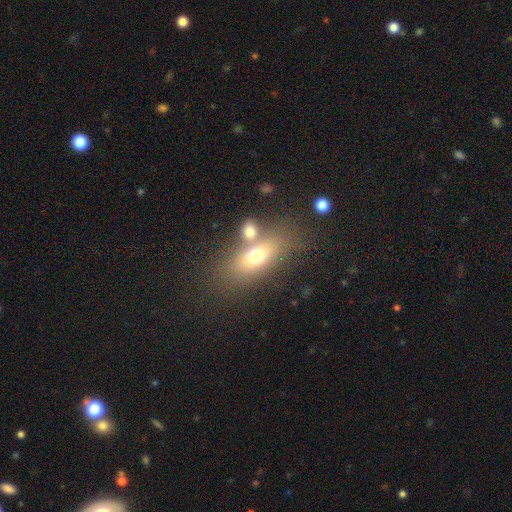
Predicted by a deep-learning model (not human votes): smooth_or_featured: smooth (p=0.67) [alt: featured or disk p=0.23]
how_rounded: in between (p=0.74) [alt: cigar-shaped p=0.17]
merging: none (p=0.50) [alt: merger p=0.32]